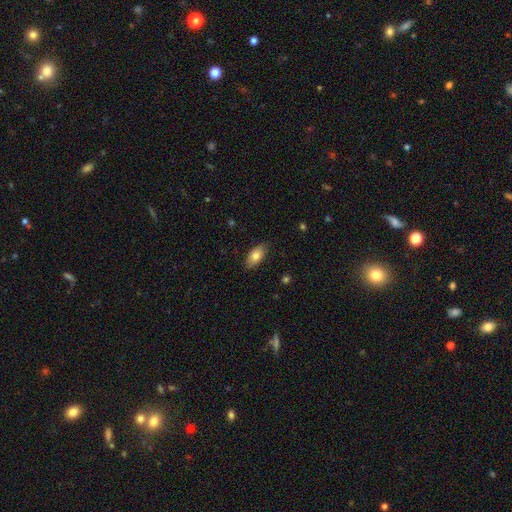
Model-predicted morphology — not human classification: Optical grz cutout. It shows a smooth galaxy with no disk features (79%) that is in between round and cigar-shaped (89%). Merging: none (84%).